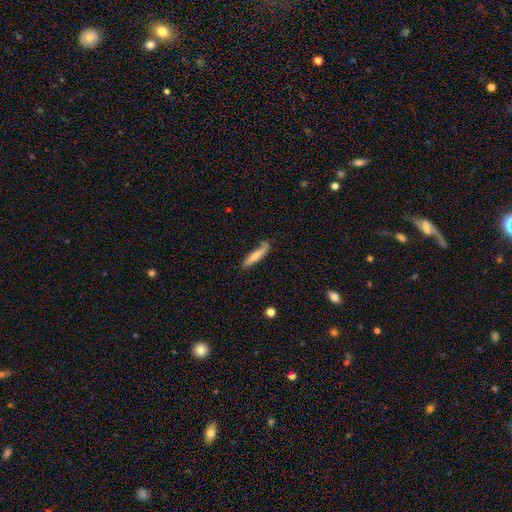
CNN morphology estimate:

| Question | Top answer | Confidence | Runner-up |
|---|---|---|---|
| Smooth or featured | smooth | 63% | featured or disk (31%) |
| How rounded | cigar-shaped | 86% | in between (12%) |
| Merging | none | 66% | minor disturbance (23%) |